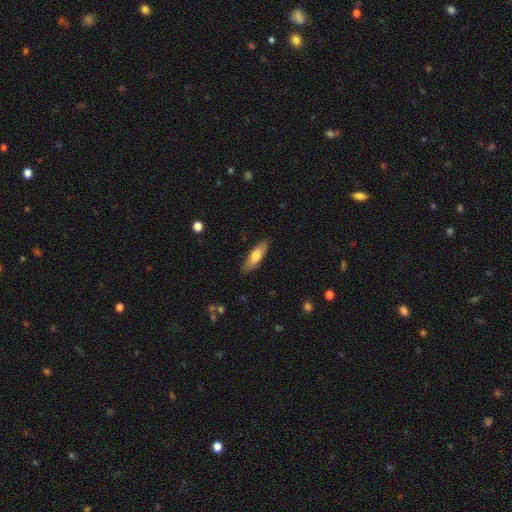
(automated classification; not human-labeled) Overall: smooth (66%; featured or disk 28%). How rounded: cigar-shaped (53%; in between 44%). Merging: none (87%).